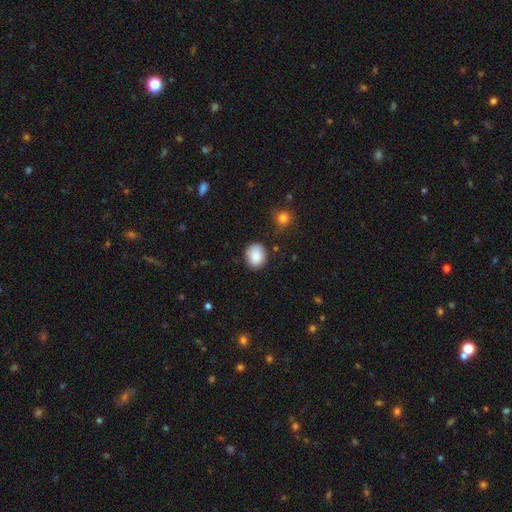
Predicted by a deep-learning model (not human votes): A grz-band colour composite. It shows a smooth galaxy with no disk features (88%) that is round (61%). Merging: none (80%).